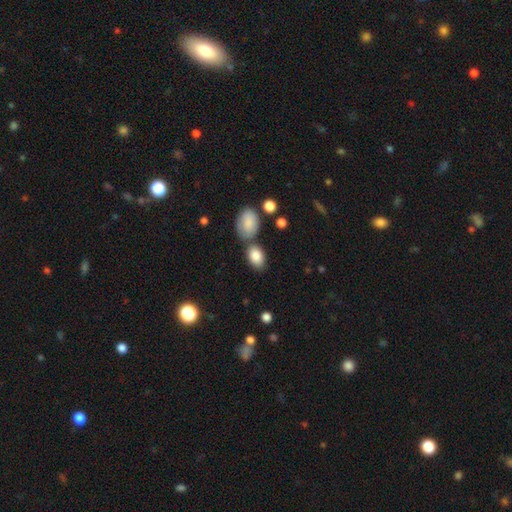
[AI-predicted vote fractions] Q: Smooth or featured?
A: smooth (85%); runner-up: star or artifact (7%)
Q: How rounded?
A: in between (87%); runner-up: round (12%)
Q: Merging?
A: none (63%); runner-up: merger (18%)